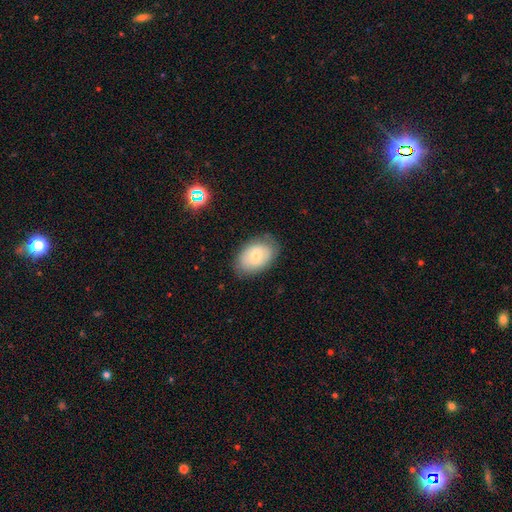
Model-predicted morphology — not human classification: Smooth or featured? smooth (66%)
How rounded? in between (87%)
Merging? none (78%)